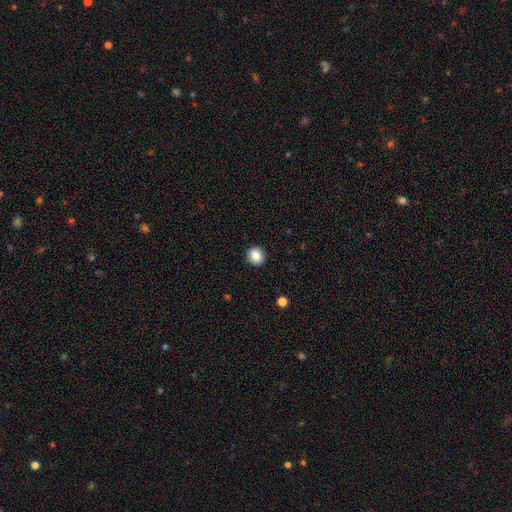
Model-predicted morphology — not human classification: Smooth or featured? Predicted: smooth (p=0.86). How rounded? Predicted: round (p=0.90). Merging? Predicted: none (p=0.93).